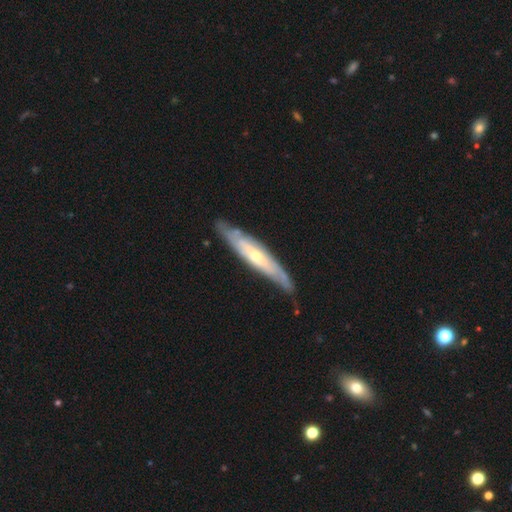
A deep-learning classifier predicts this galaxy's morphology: This appears to be a featured or disk galaxy (69%) viewed edge-on (58%). Merging: none (77%).